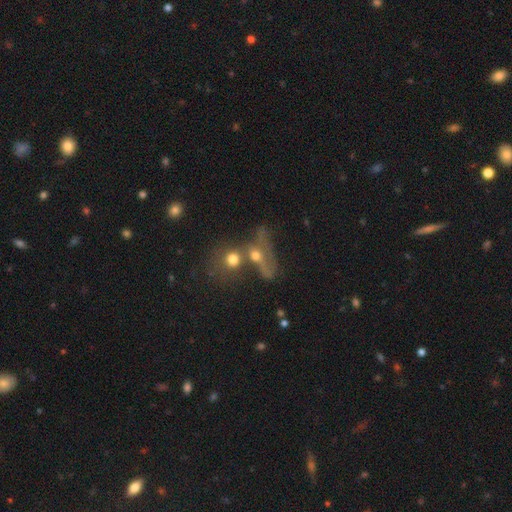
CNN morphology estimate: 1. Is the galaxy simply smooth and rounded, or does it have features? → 44% smooth, 38% featured or disk, 18% star or artifact.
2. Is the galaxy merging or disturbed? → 50% merger, 25% none, 13% major disturbance, 11% minor disturbance.